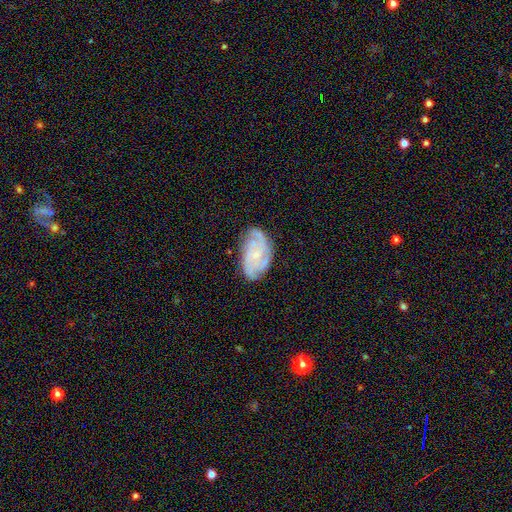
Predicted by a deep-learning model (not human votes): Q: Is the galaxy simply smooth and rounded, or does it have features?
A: featured or disk — 79%.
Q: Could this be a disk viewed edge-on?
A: no — 97%.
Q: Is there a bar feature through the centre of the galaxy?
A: no — 67%.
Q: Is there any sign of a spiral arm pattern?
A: yes — 96%.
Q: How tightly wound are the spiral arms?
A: tight — 53%.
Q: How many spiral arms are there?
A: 3 — 32%.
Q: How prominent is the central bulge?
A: small — 70%.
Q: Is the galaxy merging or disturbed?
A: none — 73%.